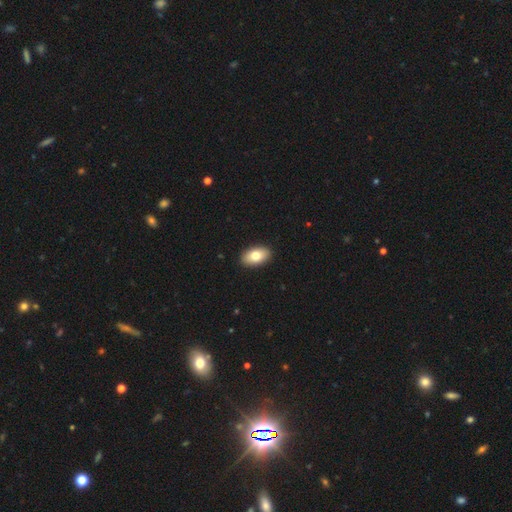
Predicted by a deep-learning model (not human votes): Smooth or featured? smooth (78%)
How rounded? in between (93%)
Merging? none (91%)